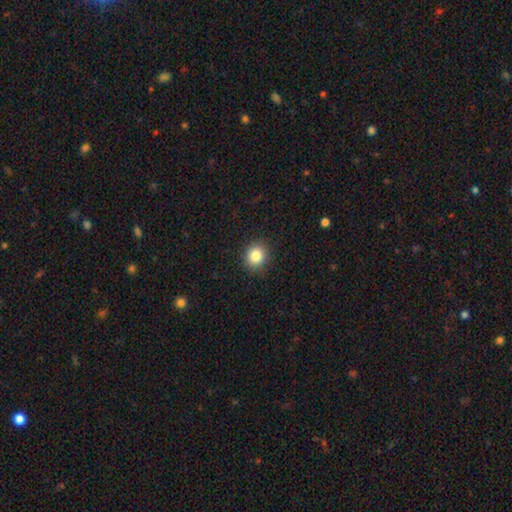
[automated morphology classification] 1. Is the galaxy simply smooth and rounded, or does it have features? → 84% smooth, 10% star or artifact, 5% featured or disk.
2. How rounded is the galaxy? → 79% round, 20% in between, 1% cigar-shaped.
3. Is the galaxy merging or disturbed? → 90% none, 7% minor disturbance, 2% major disturbance, 1% merger.